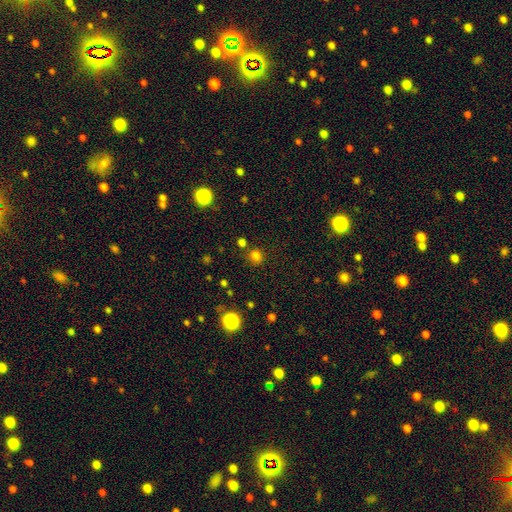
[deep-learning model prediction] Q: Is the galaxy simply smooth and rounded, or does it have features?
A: smooth — 75%.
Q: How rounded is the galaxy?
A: round — 86%.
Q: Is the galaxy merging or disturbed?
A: none — 77%.